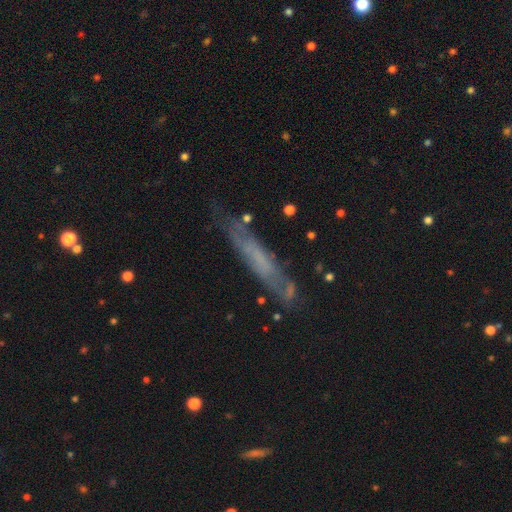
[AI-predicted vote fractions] Q: Smooth or featured?
A: featured or disk (53%); runner-up: smooth (34%)
Q: Edge-on disk?
A: yes (60%); runner-up: no (40%)
Q: Merging?
A: none (70%); runner-up: minor disturbance (20%)